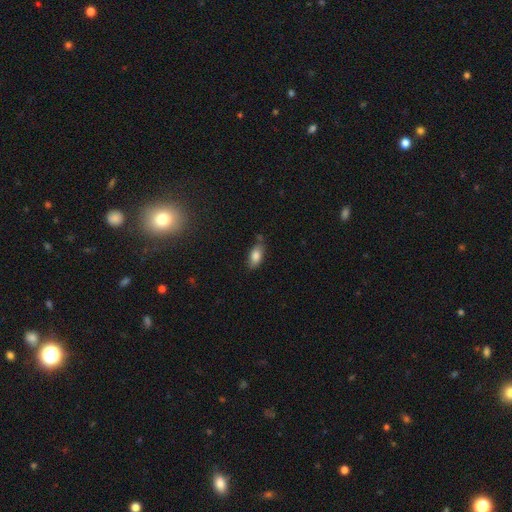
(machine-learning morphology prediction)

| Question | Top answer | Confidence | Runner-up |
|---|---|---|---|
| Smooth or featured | smooth | 83% | featured or disk (9%) |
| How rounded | in between | 88% | cigar-shaped (9%) |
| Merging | none | 71% | minor disturbance (20%) |